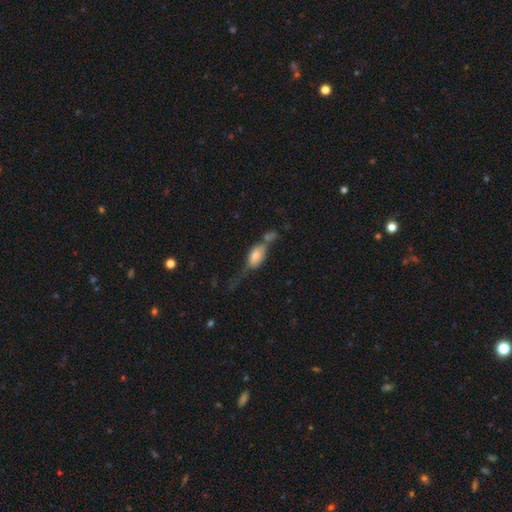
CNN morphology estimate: A smooth galaxy with no disk features (63%) that is in between round and cigar-shaped (83%). Merging: merger (31%).